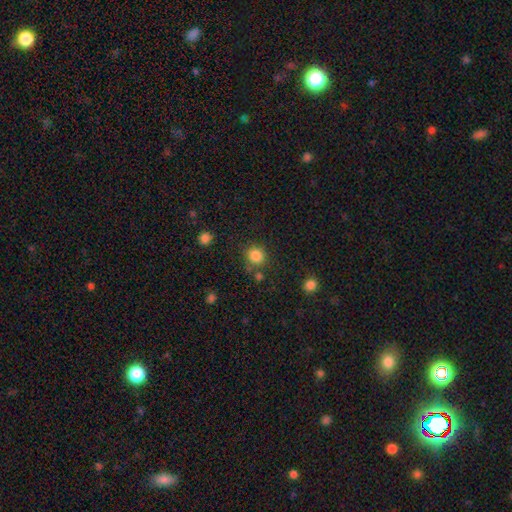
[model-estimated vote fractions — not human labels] A smooth galaxy with no disk features (84%) that is round (88%).

Vote fractions:
- Smooth or featured? smooth: 84% / star or artifact: 12% / featured or disk: 4%
- How rounded? round: 88% / in between: 11% / cigar-shaped: 1%
- Merging? none: 75% / minor disturbance: 11% / merger: 9% / major disturbance: 4%